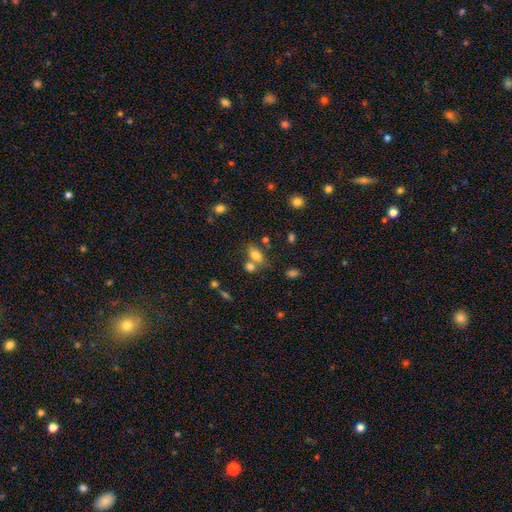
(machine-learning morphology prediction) Smooth or featured? smooth (78%)
How rounded? in between (86%)
Merging? none (49%)